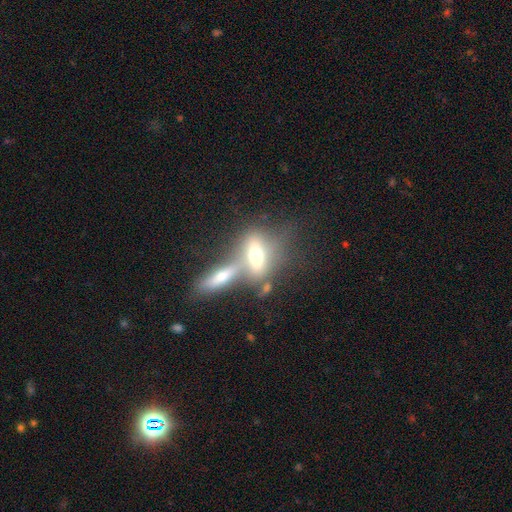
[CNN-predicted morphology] smooth_or_featured: featured or disk (p=0.49) [alt: smooth p=0.40]
merging: merger (p=0.59) [alt: none p=0.27]